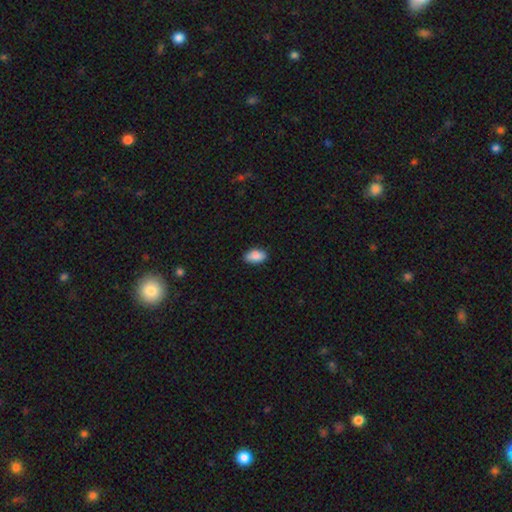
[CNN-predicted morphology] This appears to be a smooth galaxy with no disk features (88%) that is in between round and cigar-shaped (92%). Merging: none (84%).